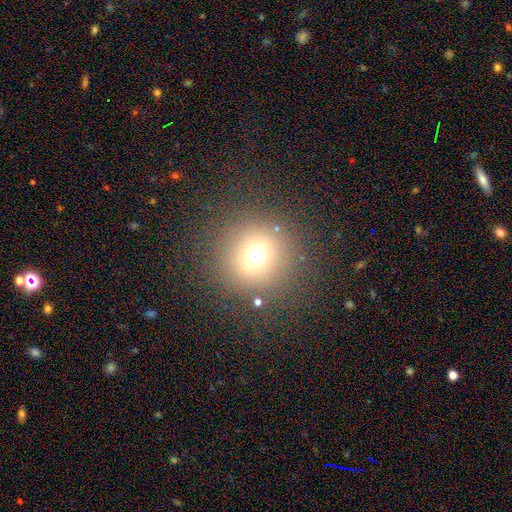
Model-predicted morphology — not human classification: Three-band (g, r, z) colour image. It shows a smooth galaxy with no disk features (67%) that is round (93%). Merging: none (85%).